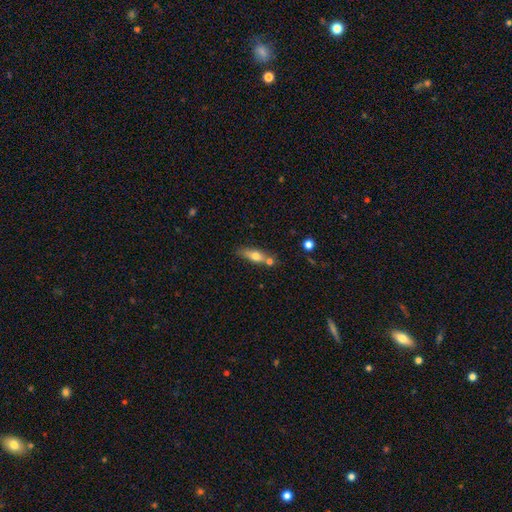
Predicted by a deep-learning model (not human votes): A smooth galaxy with no disk features (65%) that is in between round and cigar-shaped (52%).

Vote fractions:
- Smooth or featured? smooth: 65% / featured or disk: 28% / star or artifact: 8%
- How rounded? in between: 52% / cigar-shaped: 43% / round: 5%
- Merging? none: 56% / merger: 24% / minor disturbance: 15% / major disturbance: 4%